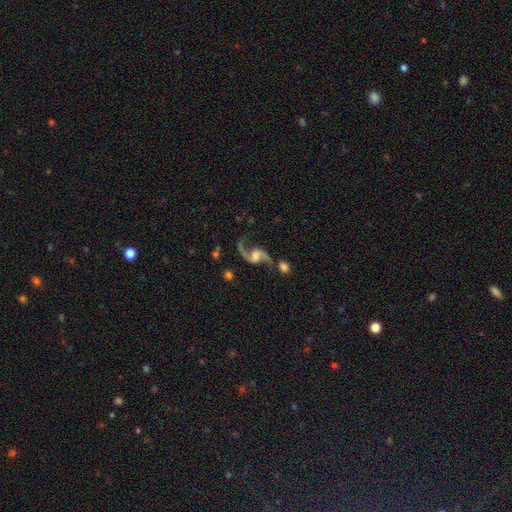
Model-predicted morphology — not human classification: Overall: featured or disk (90%). Edge-on disk: no (97%). Bar: weak (43%, tied with no). Spiral arms: yes (97%). Spiral arm count: 2 (93%). Spiral winding: loose (82%). Bulge size: moderate (35%; small 26%). Merging: none (64%).